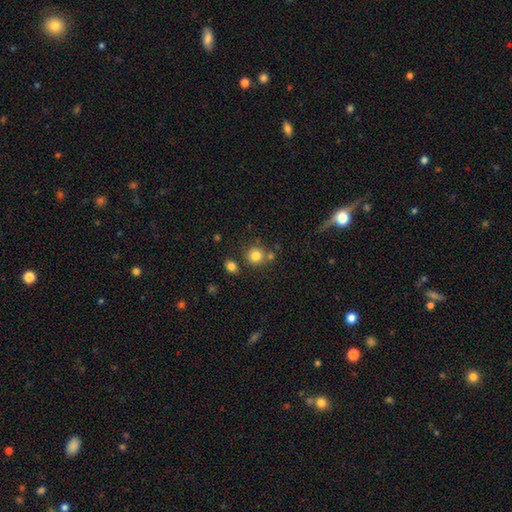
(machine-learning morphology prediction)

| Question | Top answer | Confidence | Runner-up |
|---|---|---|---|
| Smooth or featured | smooth | 81% | star or artifact (12%) |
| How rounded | round | 90% | in between (10%) |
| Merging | none | 72% | merger (15%) |